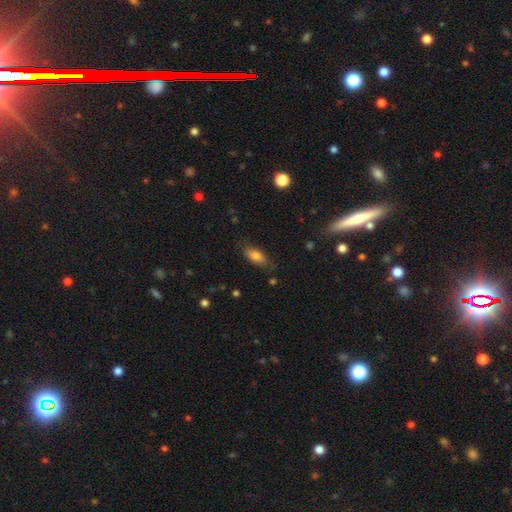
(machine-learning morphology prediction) The model was most divided on "merging": none: 76%, minor disturbance: 18%, major disturbance: 4%, merger: 2%. More confident: how rounded — in between (85%); smooth or featured — smooth (78%).